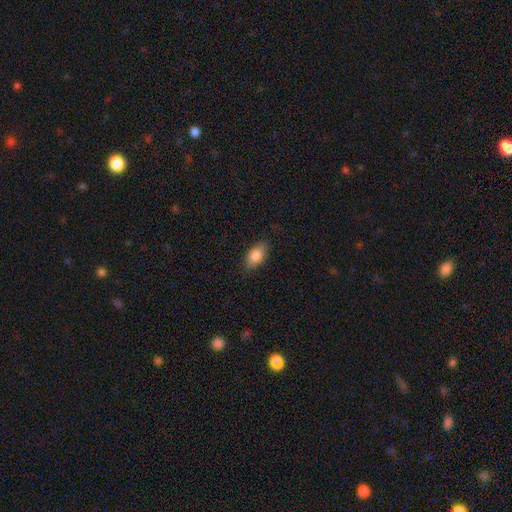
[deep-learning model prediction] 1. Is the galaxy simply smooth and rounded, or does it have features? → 83% smooth, 10% featured or disk, 7% star or artifact.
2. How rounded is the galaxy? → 91% in between, 5% round, 5% cigar-shaped.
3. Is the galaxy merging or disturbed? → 85% none, 11% minor disturbance, 2% major disturbance, 1% merger.